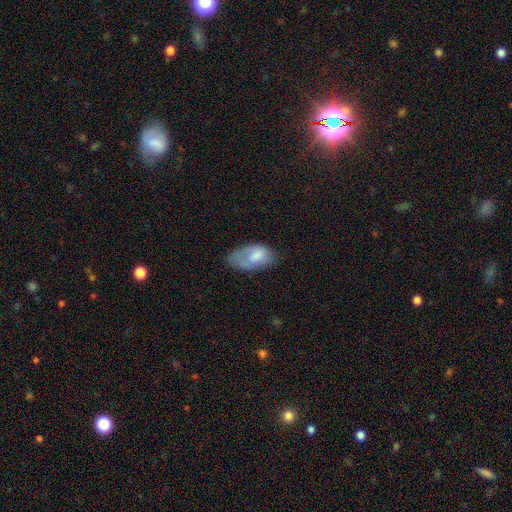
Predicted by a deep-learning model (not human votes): Smooth or featured? smooth (70%)
How rounded? in between (93%)
Merging? none (36%)